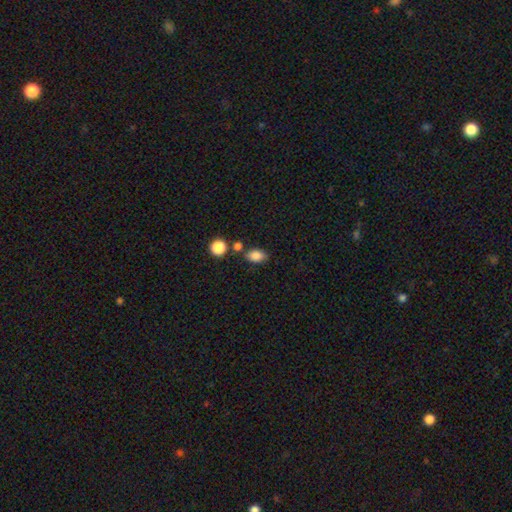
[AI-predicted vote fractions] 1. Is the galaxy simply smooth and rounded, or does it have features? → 85% smooth, 9% star or artifact, 6% featured or disk.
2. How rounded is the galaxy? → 83% in between, 16% round, 2% cigar-shaped.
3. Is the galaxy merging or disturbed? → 72% none, 14% minor disturbance, 11% merger, 4% major disturbance.